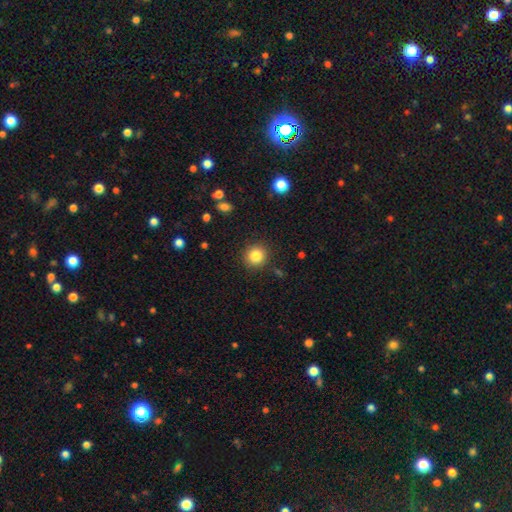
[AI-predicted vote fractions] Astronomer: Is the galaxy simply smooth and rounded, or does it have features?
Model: smooth — 84%.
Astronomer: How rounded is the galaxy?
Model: round — 91%.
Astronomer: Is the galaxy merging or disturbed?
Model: none — 89%.